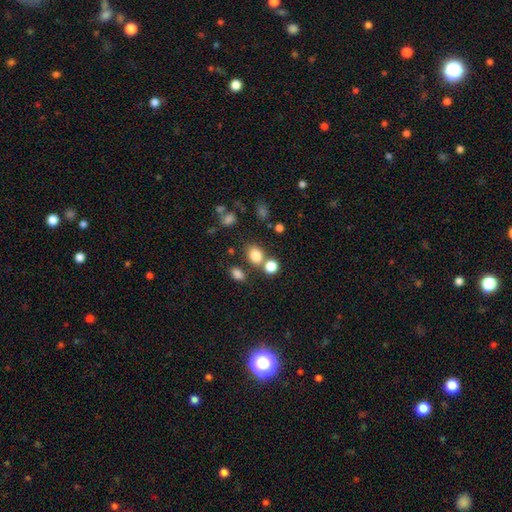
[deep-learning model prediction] A smooth galaxy with no disk features (80%) that is round (50%).

Vote fractions:
- Smooth or featured? smooth: 80% / star or artifact: 14% / featured or disk: 6%
- How rounded? round: 50% / in between: 49% / cigar-shaped: 1%
- Merging? none: 63% / merger: 22% / minor disturbance: 10% / major disturbance: 4%